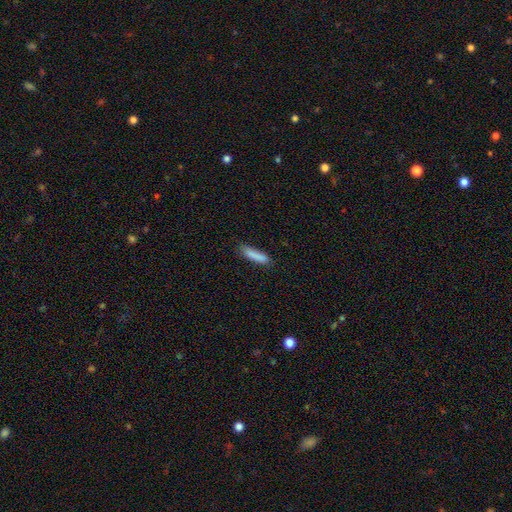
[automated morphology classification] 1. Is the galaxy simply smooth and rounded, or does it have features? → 85% smooth, 8% featured or disk, 7% star or artifact.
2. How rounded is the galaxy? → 77% cigar-shaped, 21% in between, 1% round.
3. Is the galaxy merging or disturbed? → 75% none, 19% minor disturbance, 4% major disturbance, 2% merger.